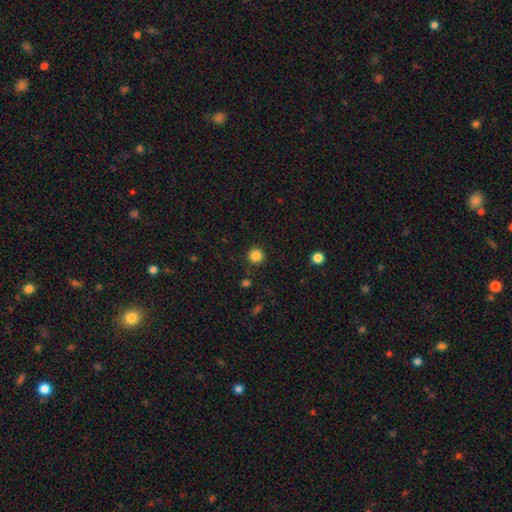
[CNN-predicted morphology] Smooth or featured?
  - smooth: 84% *
  - star or artifact: 12%
  - featured or disk: 4%
How rounded?
  - round: 95% *
  - in between: 4%
  - cigar-shaped: 1%
Merging?
  - none: 91% *
  - minor disturbance: 5%
  - major disturbance: 2%
  - merger: 1%